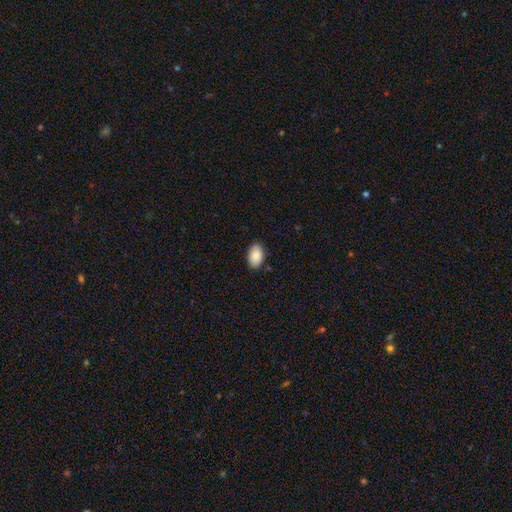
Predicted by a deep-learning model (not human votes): Smooth or featured? smooth (89%)
How rounded? in between (93%)
Merging? none (87%)